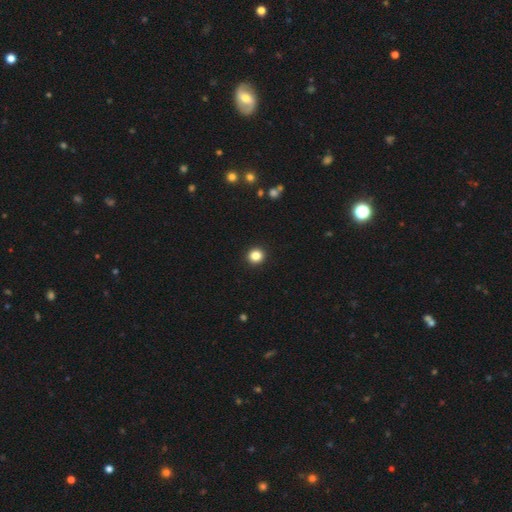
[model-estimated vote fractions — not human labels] A smooth galaxy with no disk features (84%) that is round (91%).

Vote fractions:
- Smooth or featured? smooth: 84% / star or artifact: 11% / featured or disk: 4%
- How rounded? round: 91% / in between: 8% / cigar-shaped: 1%
- Merging? none: 94% / minor disturbance: 4% / major disturbance: 1% / merger: 1%